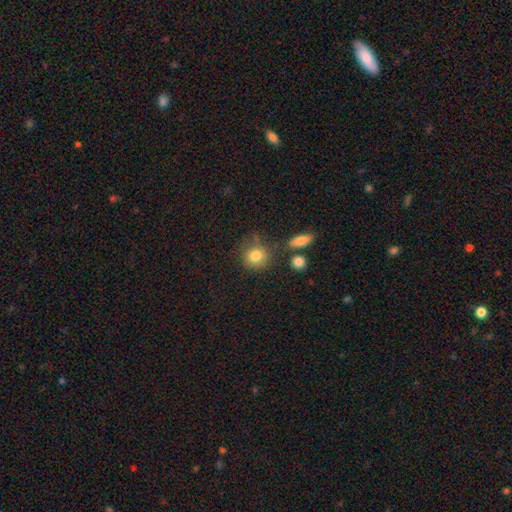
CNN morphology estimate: type=smooth (82%); roundness=round (84%); merging=none (69%).